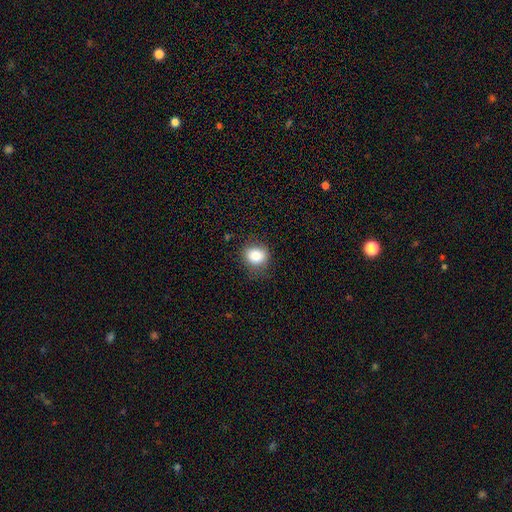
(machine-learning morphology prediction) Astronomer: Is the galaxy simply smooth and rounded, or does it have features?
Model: smooth — 81%.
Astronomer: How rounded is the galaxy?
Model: round — 69%.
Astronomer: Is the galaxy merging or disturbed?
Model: none — 81%.